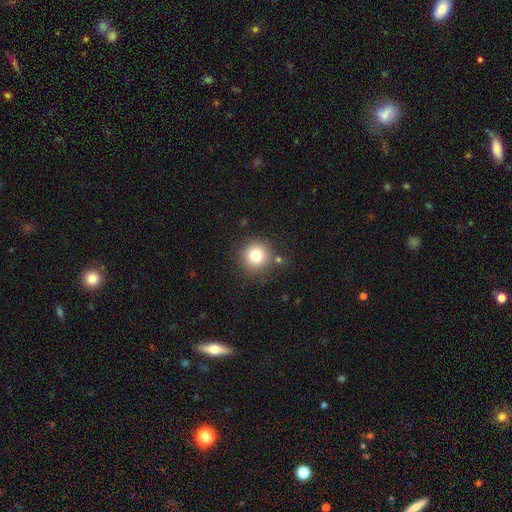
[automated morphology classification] A smooth galaxy with no disk features (78%) that is round (94%). Merging: none (85%).